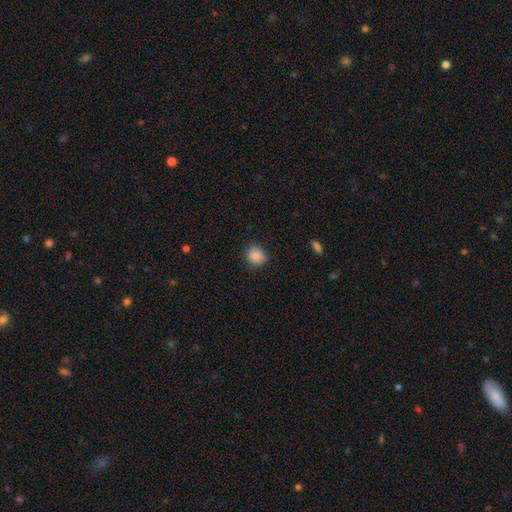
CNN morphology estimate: Smooth or featured? Predicted: smooth (p=0.87). How rounded? Predicted: round (p=0.85). Merging? Predicted: none (p=0.84).